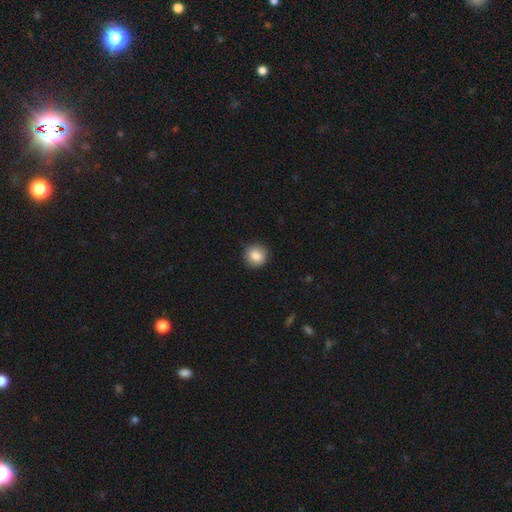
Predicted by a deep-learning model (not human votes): This appears to be a smooth galaxy with no disk features (86%) that is round (86%). Merging: none (88%).